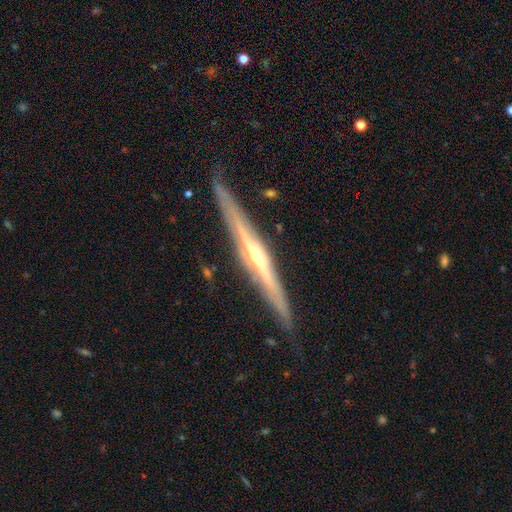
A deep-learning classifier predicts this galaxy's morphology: This is clearly a featured or disk galaxy (83%). It is clearly viewed edge-on (97%). Edge-on bulge: likely rounded (77%). Merging: clearly none (87%).